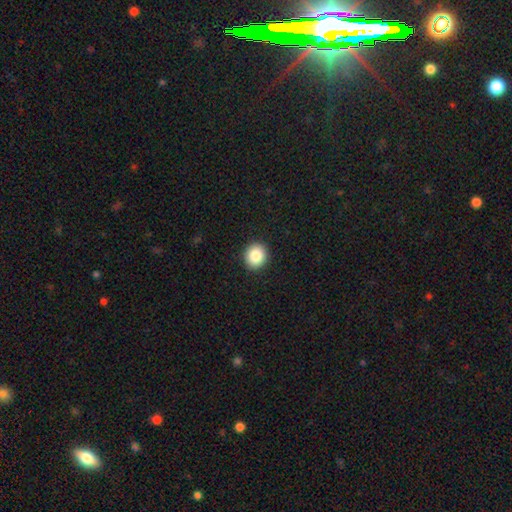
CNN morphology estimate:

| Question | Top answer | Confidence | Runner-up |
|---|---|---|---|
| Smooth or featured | smooth | 86% | star or artifact (9%) |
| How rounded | round | 83% | in between (16%) |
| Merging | none | 92% | minor disturbance (5%) |